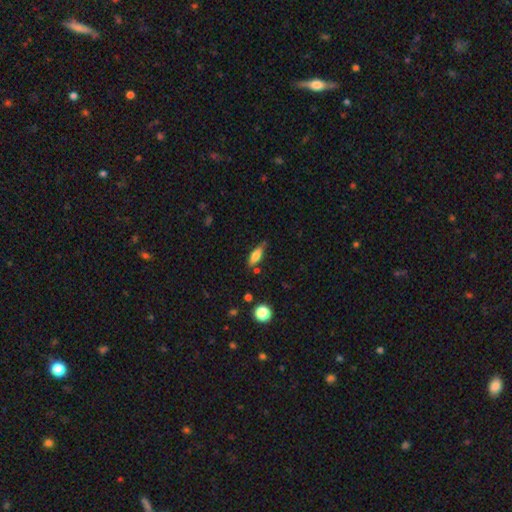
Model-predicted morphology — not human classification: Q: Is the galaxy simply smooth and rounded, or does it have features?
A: smooth — 74%.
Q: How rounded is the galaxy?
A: in between — 60%.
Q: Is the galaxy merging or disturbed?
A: none — 68%.